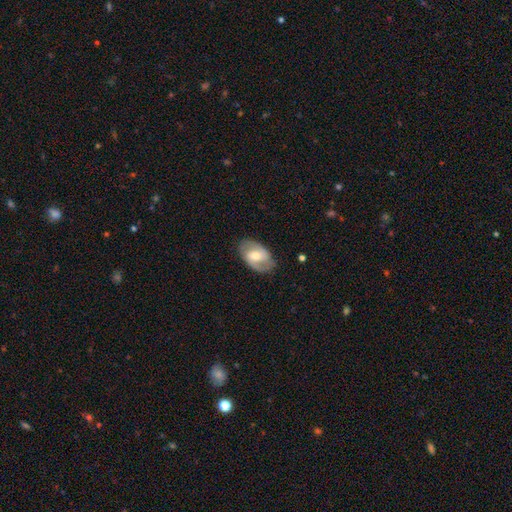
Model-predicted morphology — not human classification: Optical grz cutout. It shows a featured or disk galaxy (66%) with a weak bar (46%), 2 (84%) medium (47%) spiral arms (82%) and a moderate central bulge (62%). Merging: none (79%).